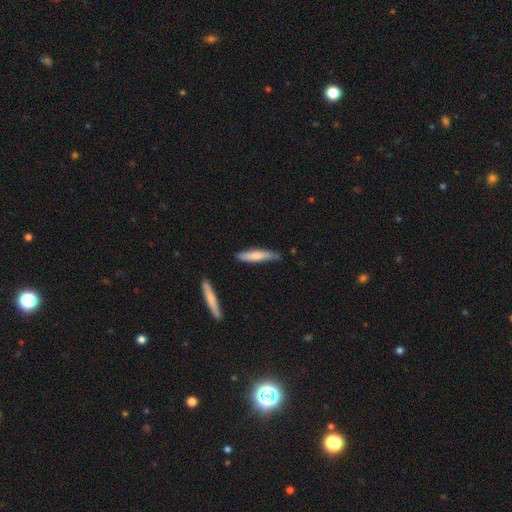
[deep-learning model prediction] Smooth or featured?
  - smooth: 68% *
  - featured or disk: 27%
  - star or artifact: 5%
How rounded?
  - cigar-shaped: 86% *
  - in between: 13%
  - round: 1%
Merging?
  - none: 73% *
  - minor disturbance: 21%
  - merger: 3%
  - major disturbance: 3%